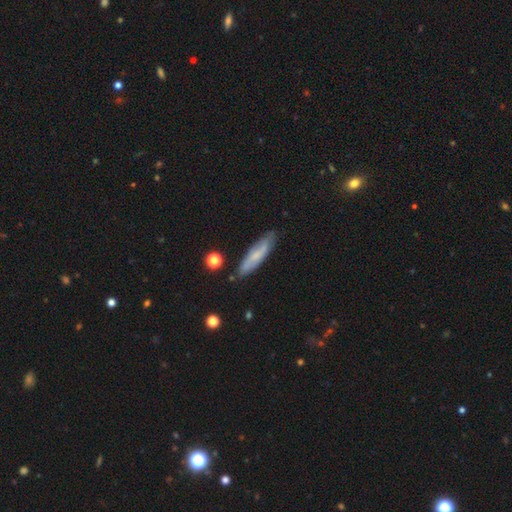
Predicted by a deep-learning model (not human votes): Smooth or featured? Predicted: smooth (p=0.55). How rounded? Predicted: cigar-shaped (p=0.73). Merging? Predicted: none (p=0.81).